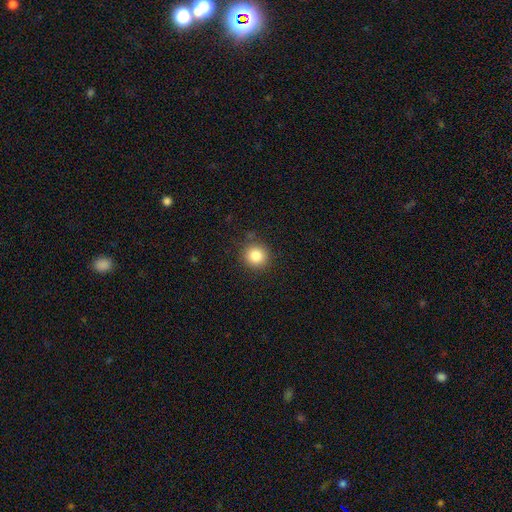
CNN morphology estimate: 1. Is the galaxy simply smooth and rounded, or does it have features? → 85% smooth, 10% star or artifact, 5% featured or disk.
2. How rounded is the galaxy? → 93% round, 6% in between, 1% cigar-shaped.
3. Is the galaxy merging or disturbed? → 88% none, 8% minor disturbance, 2% major disturbance, 1% merger.